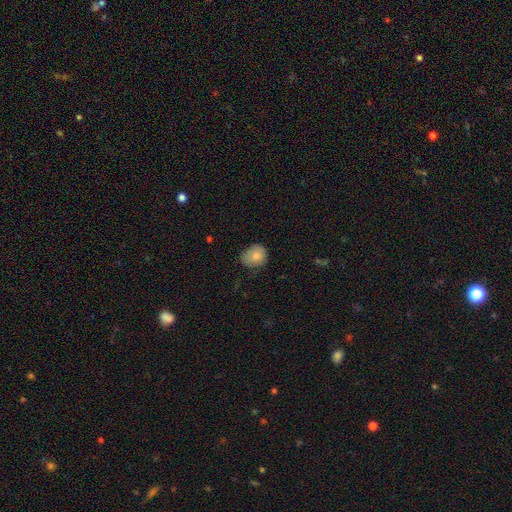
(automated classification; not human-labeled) Morphology: type=smooth (82%); roundness=round (61%); merging=none (62%).